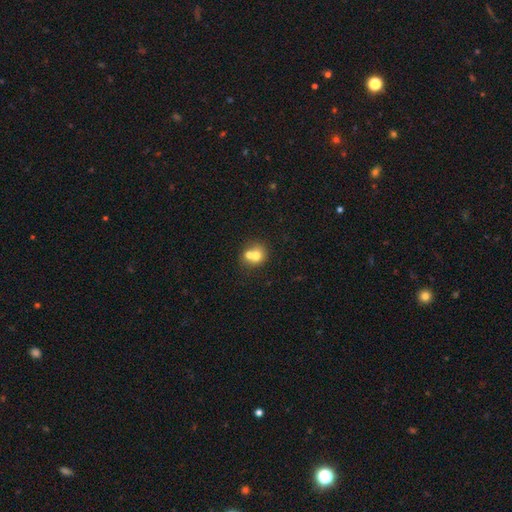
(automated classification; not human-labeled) Morphology: type=smooth (67%); roundness=round (76%); merging=merger (59%).